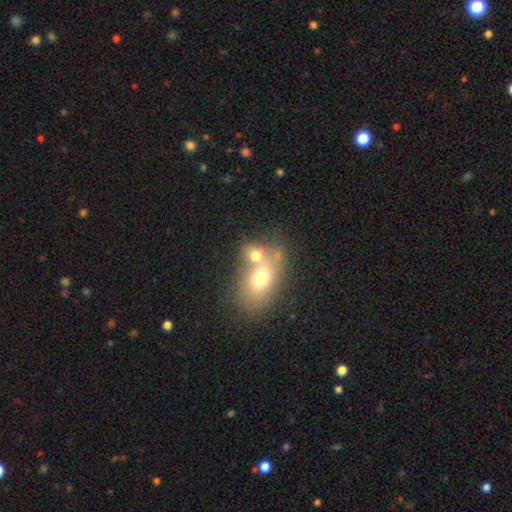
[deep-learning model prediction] A smooth galaxy with no disk features (67%) that is in between round and cigar-shaped (64%). Merging: merger (55%).